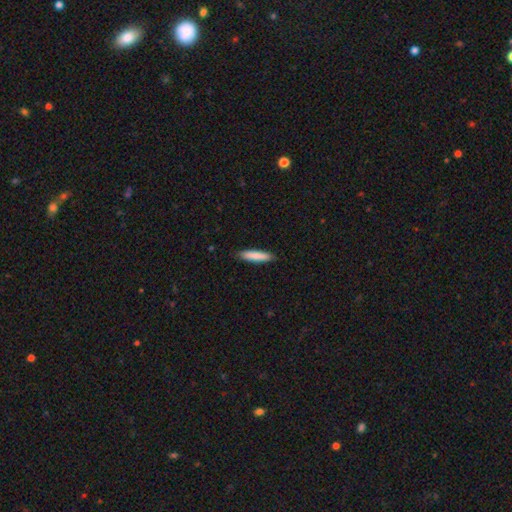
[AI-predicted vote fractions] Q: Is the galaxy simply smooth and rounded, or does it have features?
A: smooth — 85%.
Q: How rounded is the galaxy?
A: cigar-shaped — 85%.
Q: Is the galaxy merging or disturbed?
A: none — 90%.